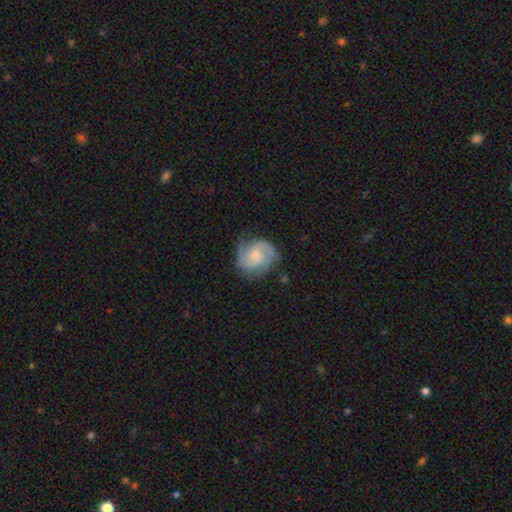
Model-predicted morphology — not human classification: Q: Smooth or featured?
A: featured or disk (74%); runner-up: smooth (20%)
Q: Edge-on disk?
A: no (98%); runner-up: yes (2%)
Q: Bar?
A: no (63%); runner-up: weak (32%)
Q: Spiral arms?
A: yes (95%); runner-up: no (5%)
Q: Spiral winding?
A: medium (46%); runner-up: tight (38%)
Q: Spiral arm count?
A: 2 (66%); runner-up: 3 (13%)
Q: Bulge size?
A: small (53%); runner-up: moderate (38%)
Q: Merging?
A: none (69%); runner-up: minor disturbance (22%)